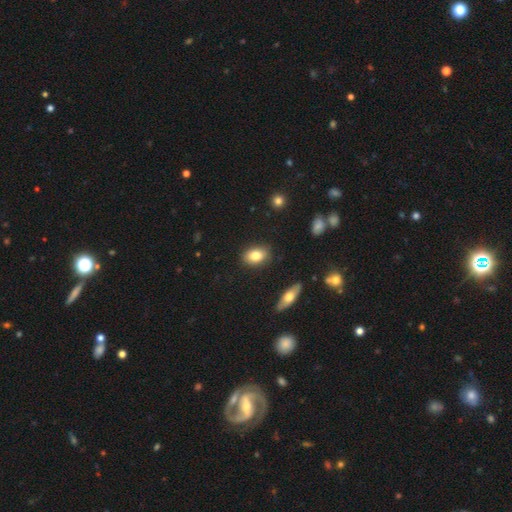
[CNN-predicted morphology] Smooth or featured: smooth — 82% (featured or disk — 11%)
How rounded: in between — 83% (round — 15%)
Merging: none — 87% (minor disturbance — 9%)